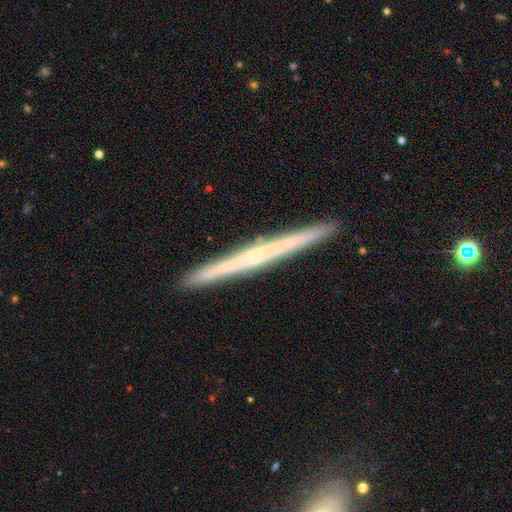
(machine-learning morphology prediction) A featured or disk galaxy (69%) viewed edge-on (98%) with no central bulge (62%).

Vote fractions:
- Smooth or featured? featured or disk: 69% / smooth: 25% / star or artifact: 6%
- Edge-on disk? yes: 98% / no: 2%
- Edge-on bulge? none: 62% / rounded: 30% / boxy: 8%
- Merging? none: 92% / minor disturbance: 5% / major disturbance: 1% / merger: 1%